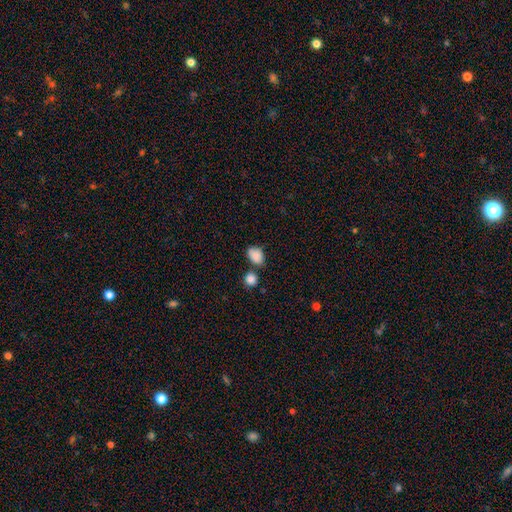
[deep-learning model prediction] This appears to be a smooth galaxy with no disk features (86%) that is in between round and cigar-shaped (72%). Merging: none (61%).